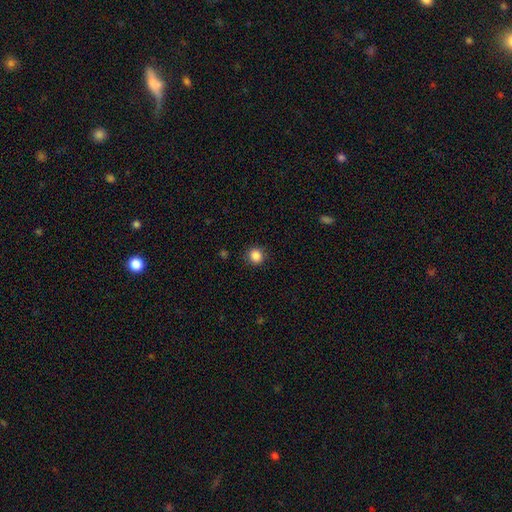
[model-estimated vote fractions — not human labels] The model was most divided on "smooth or featured": smooth: 86%, star or artifact: 10%, featured or disk: 3%. More confident: merging — none (89%); how rounded — round (88%).